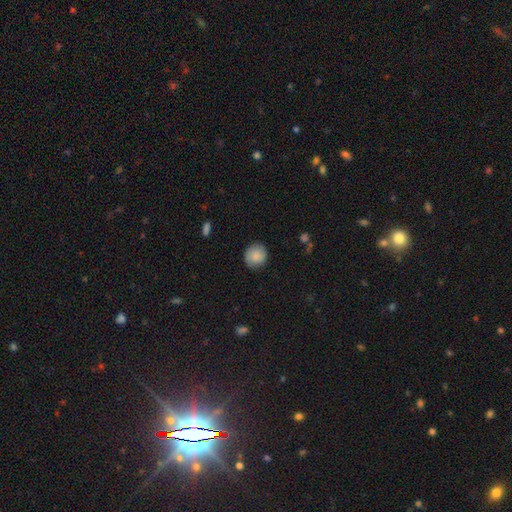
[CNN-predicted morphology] Overall: smooth (78%). How rounded: round (88%). Merging: none (83%).